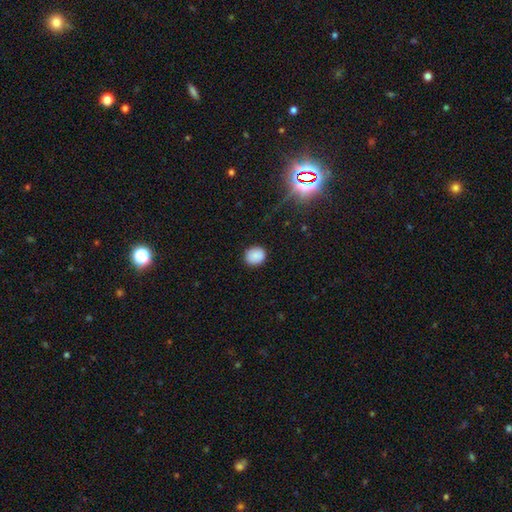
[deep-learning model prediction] smooth_or_featured: smooth (p=0.86) [alt: star or artifact p=0.10]
how_rounded: round (p=0.74) [alt: in between p=0.26]
merging: none (p=0.87) [alt: minor disturbance p=0.09]